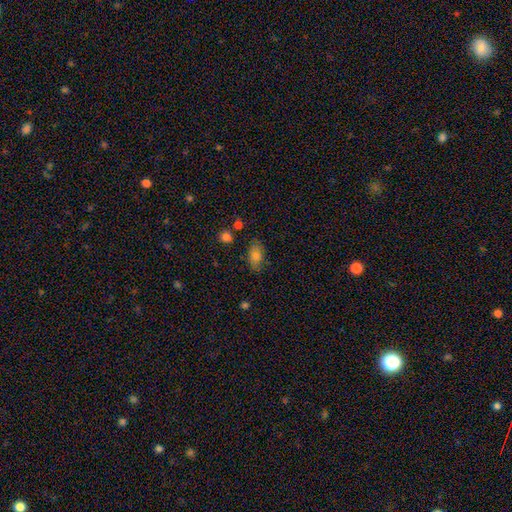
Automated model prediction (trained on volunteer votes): Morphology: type=smooth (79%); roundness=in between (88%); merging=none (77%).